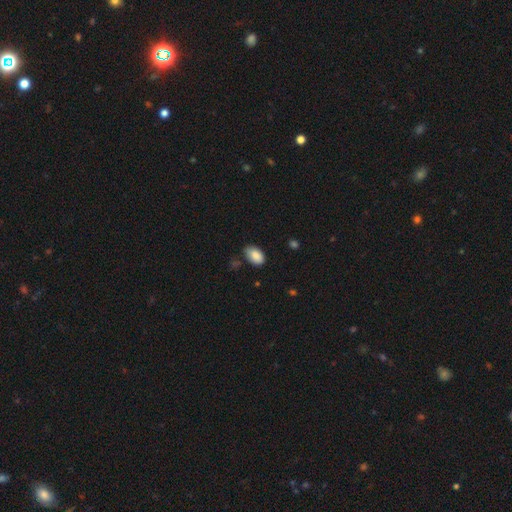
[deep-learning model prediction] A smooth galaxy with no disk features (87%) that is in between round and cigar-shaped (92%). Merging: none (69%).